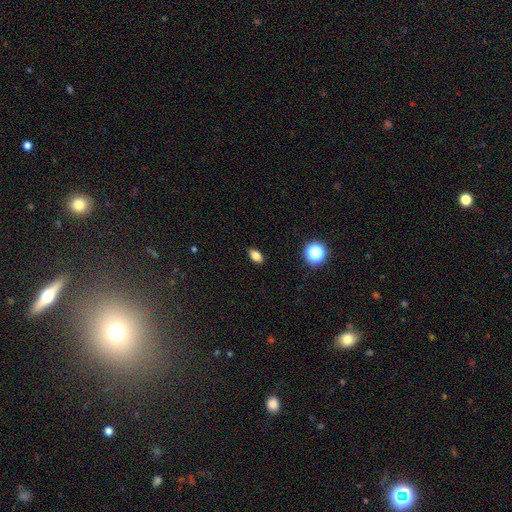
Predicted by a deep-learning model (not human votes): Smooth or featured? smooth (80%)
How rounded? in between (86%)
Merging? none (89%)